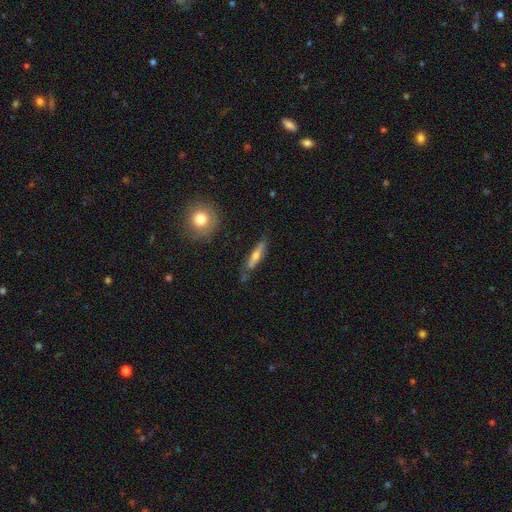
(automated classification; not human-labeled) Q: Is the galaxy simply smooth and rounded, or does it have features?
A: smooth — 50%.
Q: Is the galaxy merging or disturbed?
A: none — 76%.